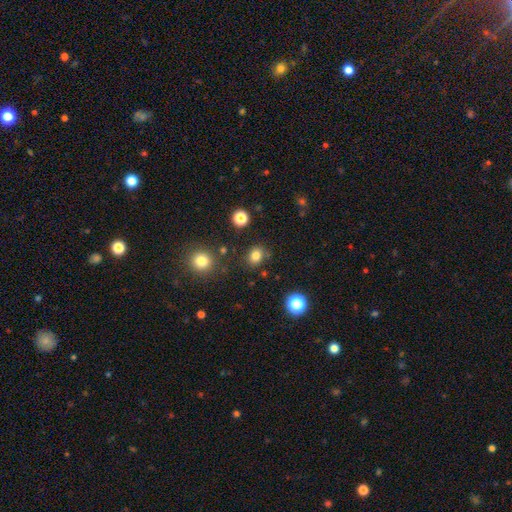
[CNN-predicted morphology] smooth_or_featured: smooth (p=0.80) [alt: star or artifact p=0.14]
how_rounded: round (p=0.62) [alt: in between p=0.37]
merging: none (p=0.80) [alt: minor disturbance p=0.13]